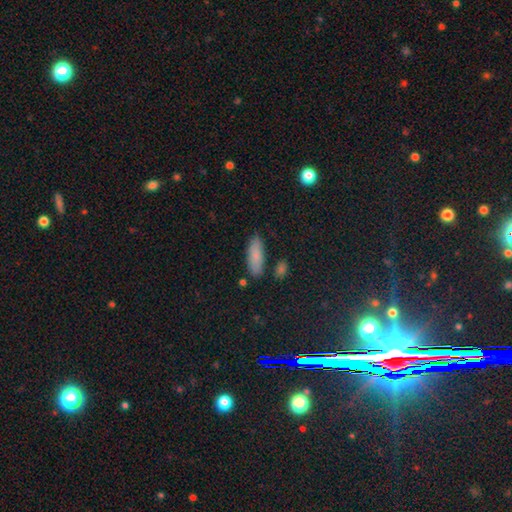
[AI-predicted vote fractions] A smooth galaxy with no disk features (84%) that is in between round and cigar-shaped (65%). Merging: none (81%).